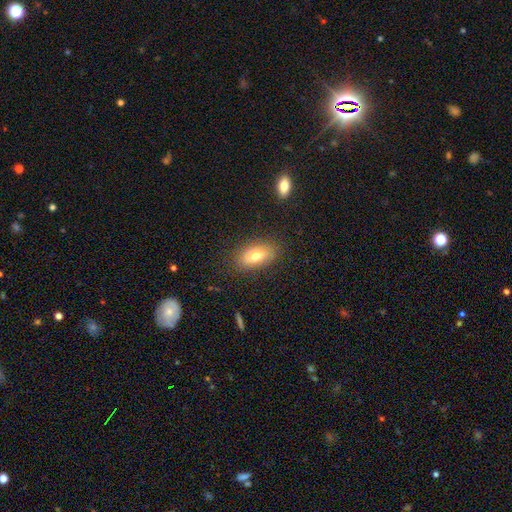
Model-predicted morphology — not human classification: A smooth galaxy with no disk features (73%) that is in between round and cigar-shaped (86%). Merging: none (85%).